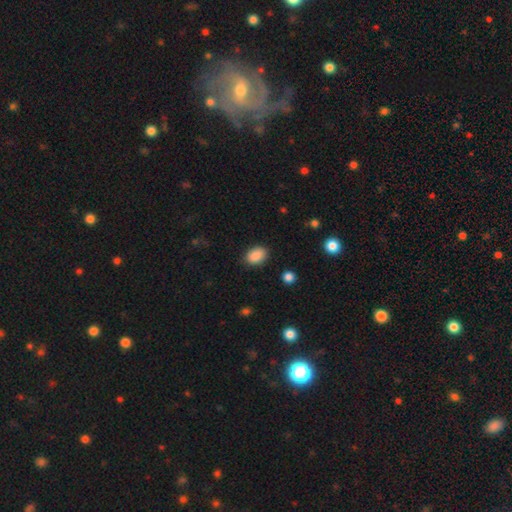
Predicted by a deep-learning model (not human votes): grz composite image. It shows a smooth galaxy with no disk features (89%) that is in between round and cigar-shaped (83%). Merging: none (86%).